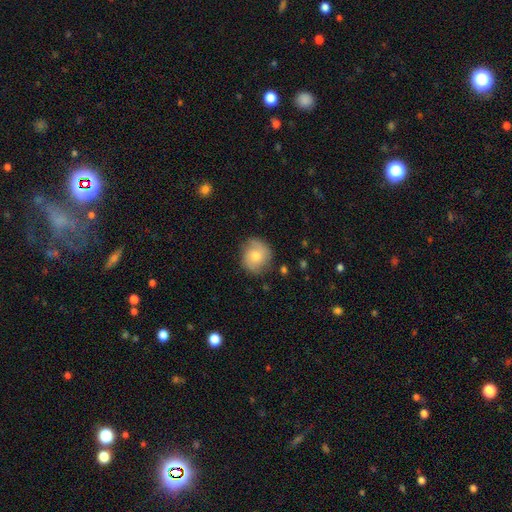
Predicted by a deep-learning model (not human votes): smooth_or_featured: smooth (p=0.61) [alt: featured or disk p=0.31]
how_rounded: round (p=0.86) [alt: in between p=0.13]
merging: none (p=0.75) [alt: minor disturbance p=0.19]